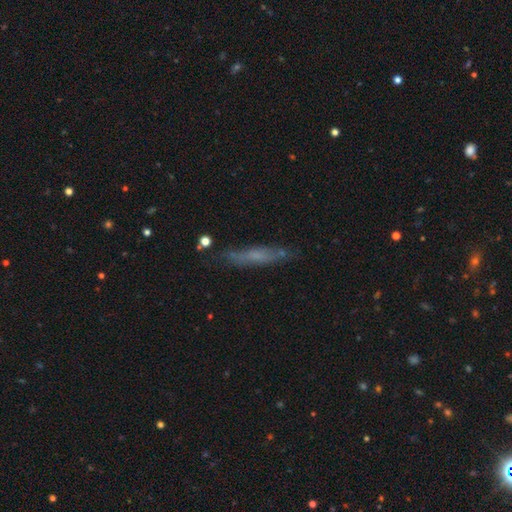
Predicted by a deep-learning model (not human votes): Smooth or featured? Predicted: smooth (p=0.46). Merging? Predicted: none (p=0.74).